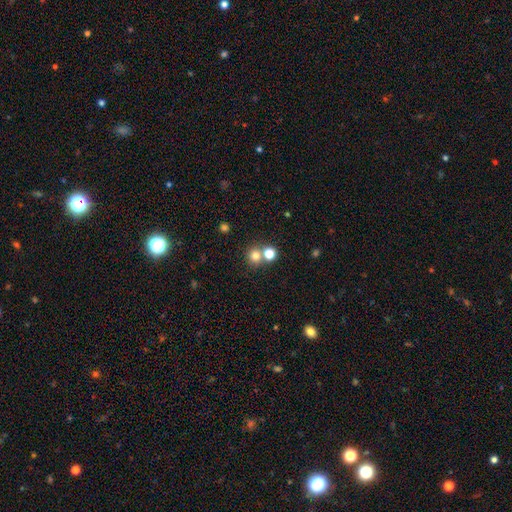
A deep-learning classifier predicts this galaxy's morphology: Smooth or featured?
  - smooth: 77% *
  - star or artifact: 15%
  - featured or disk: 8%
How rounded?
  - round: 89% *
  - in between: 10%
  - cigar-shaped: 1%
Merging?
  - none: 60% *
  - merger: 31%
  - minor disturbance: 6%
  - major disturbance: 3%